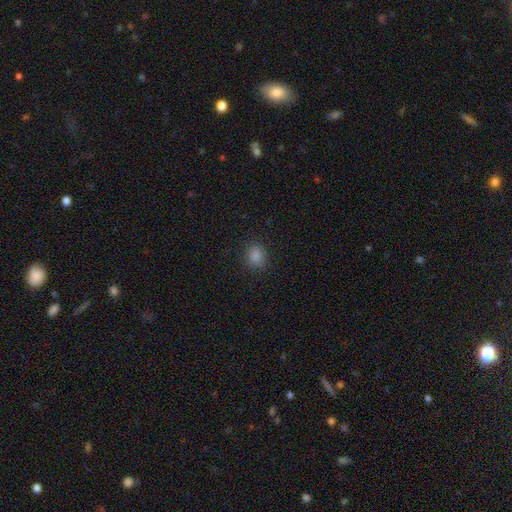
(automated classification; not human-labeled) Morphology: type=smooth (85%); roundness=round (60%); merging=none (87%).